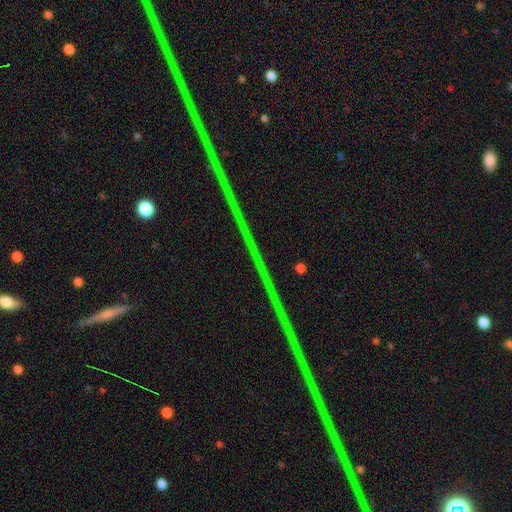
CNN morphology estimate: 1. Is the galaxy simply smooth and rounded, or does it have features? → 85% star or artifact, 9% featured or disk, 6% smooth.